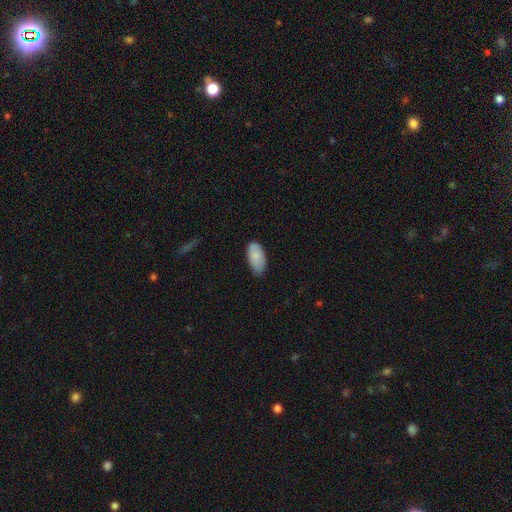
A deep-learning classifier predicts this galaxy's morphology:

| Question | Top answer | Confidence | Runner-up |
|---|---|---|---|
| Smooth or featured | smooth | 85% | featured or disk (9%) |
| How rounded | in between | 94% | cigar-shaped (4%) |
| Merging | none | 74% | minor disturbance (22%) |